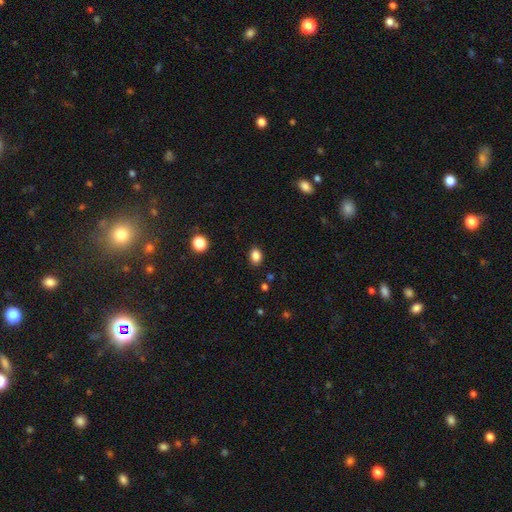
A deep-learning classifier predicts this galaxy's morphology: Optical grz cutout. It shows a smooth galaxy with no disk features (85%) that is in between round and cigar-shaped (66%). Merging: none (87%).